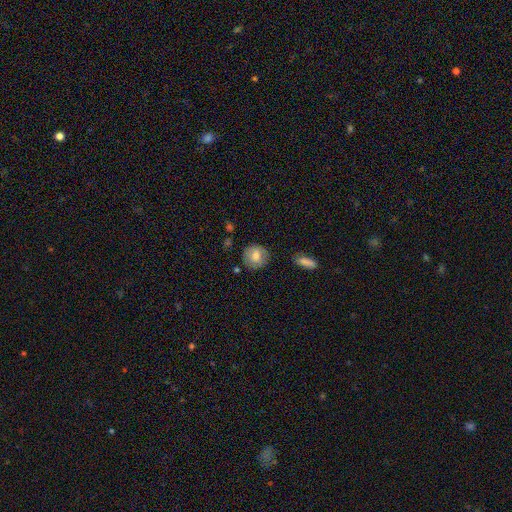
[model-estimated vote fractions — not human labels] This is likely a smooth galaxy (74%). How rounded: clearly round (89%). Merging: clearly none (81%).